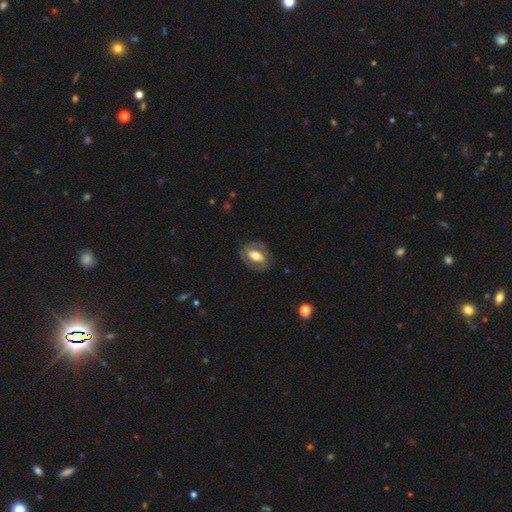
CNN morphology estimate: Smooth or featured? Predicted: featured or disk (p=0.50). Merging? Predicted: none (p=0.76).